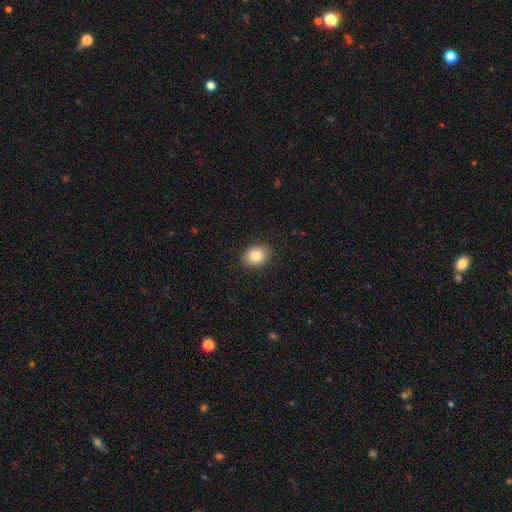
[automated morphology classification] smooth-or-featured: smooth: 84% | star or artifact: 8% | featured or disk: 8%
  how-rounded: in between: 60% | round: 39% | cigar-shaped: 1%
  merging: none: 89% | minor disturbance: 8% | major disturbance: 2% | merger: 1%